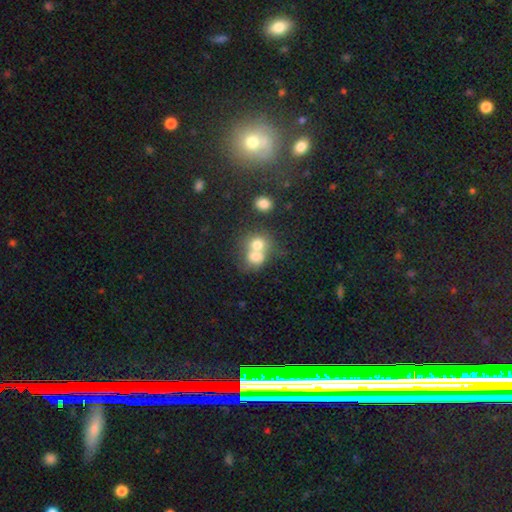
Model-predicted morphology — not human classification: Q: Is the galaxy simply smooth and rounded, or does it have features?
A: smooth — 69%.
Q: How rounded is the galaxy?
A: round — 62%.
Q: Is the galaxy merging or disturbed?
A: merger — 69%.